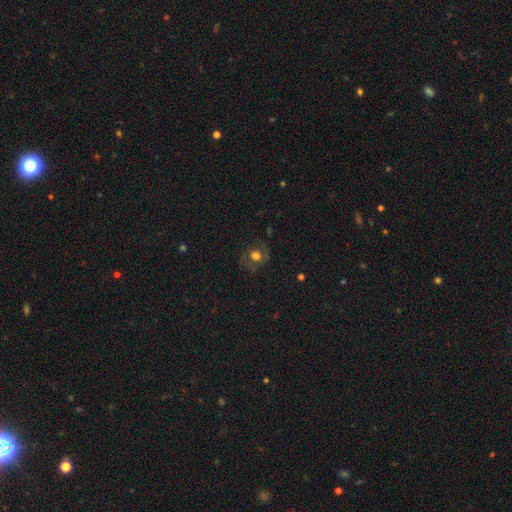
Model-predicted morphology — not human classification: Smooth or featured?
  - smooth: 56% *
  - featured or disk: 31%
  - star or artifact: 14%
How rounded?
  - round: 71% *
  - in between: 28%
  - cigar-shaped: 1%
Merging?
  - none: 72% *
  - minor disturbance: 17%
  - major disturbance: 10%
  - merger: 1%